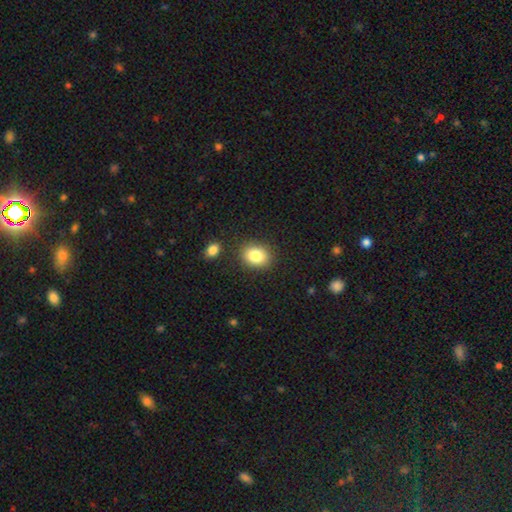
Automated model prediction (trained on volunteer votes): Smooth or featured?
  - smooth: 83% *
  - star or artifact: 9%
  - featured or disk: 7%
How rounded?
  - in between: 51% *
  - round: 48%
  - cigar-shaped: 1%
Merging?
  - none: 84% *
  - minor disturbance: 9%
  - merger: 4%
  - major disturbance: 3%